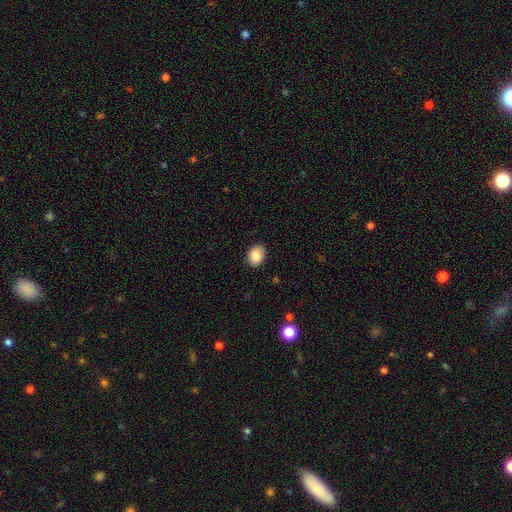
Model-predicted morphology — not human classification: Smooth or featured? Predicted: smooth (p=0.87). How rounded? Predicted: in between (p=0.72). Merging? Predicted: none (p=0.87).